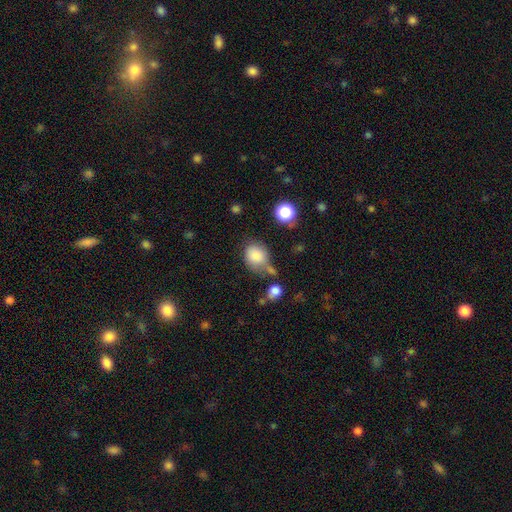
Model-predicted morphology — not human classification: Smooth or featured? Predicted: smooth (p=0.84). How rounded? Predicted: round (p=0.58). Merging? Predicted: none (p=0.52).